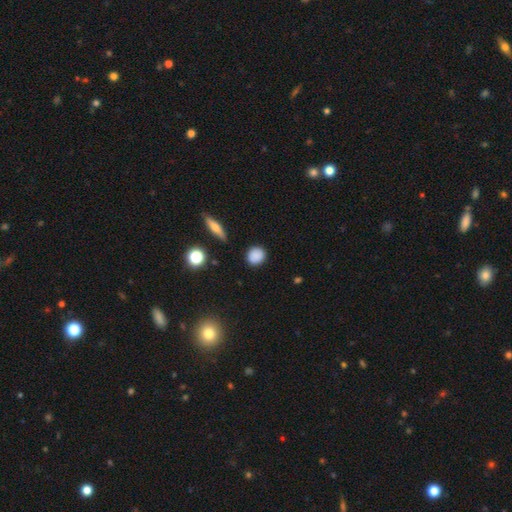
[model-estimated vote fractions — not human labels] Smooth or featured: smooth — 85% (star or artifact — 10%)
How rounded: round — 77% (in between — 20%)
Merging: none — 87% (minor disturbance — 9%)